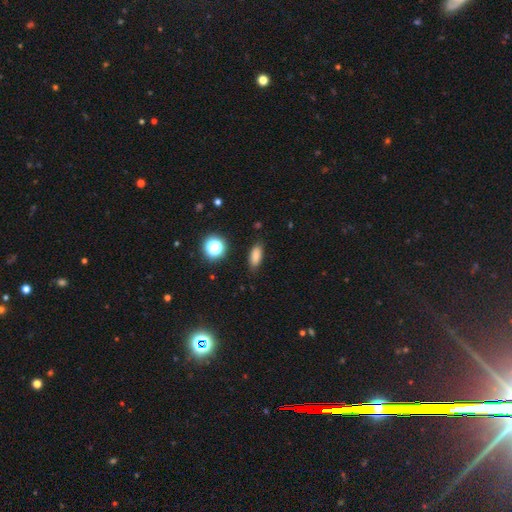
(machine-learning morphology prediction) This appears to be a smooth galaxy with no disk features (81%) that is in between round and cigar-shaped (72%). Merging: none (86%).